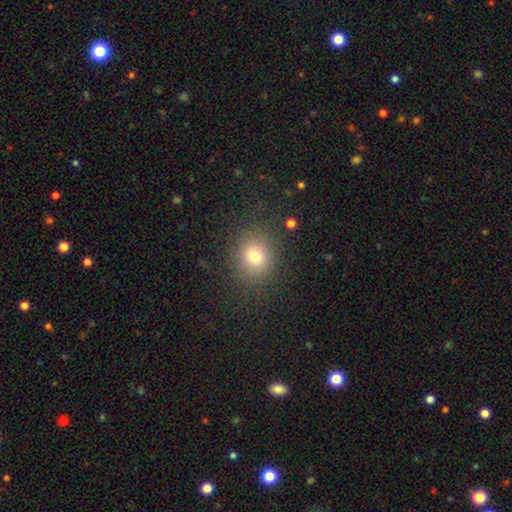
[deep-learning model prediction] Smooth or featured? smooth (74%)
How rounded? round (77%)
Merging? none (85%)